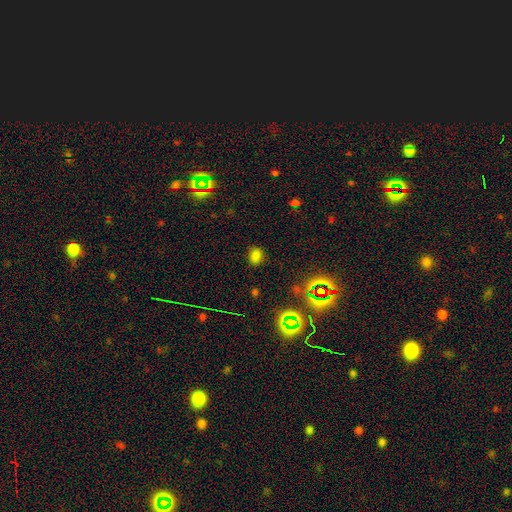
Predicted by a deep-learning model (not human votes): This is likely a smooth galaxy (70%). How rounded: possibly in between (55%). Merging: clearly none (83%).